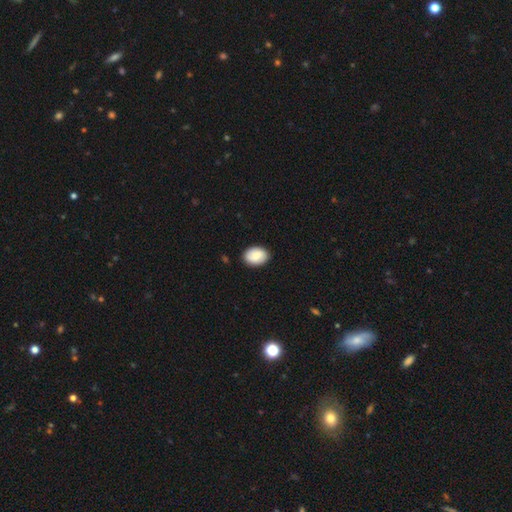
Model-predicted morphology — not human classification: Smooth or featured?
  - smooth: 81% *
  - featured or disk: 13%
  - star or artifact: 7%
How rounded?
  - in between: 77% *
  - round: 22%
  - cigar-shaped: 1%
Merging?
  - none: 87% *
  - minor disturbance: 10%
  - major disturbance: 2%
  - merger: 1%